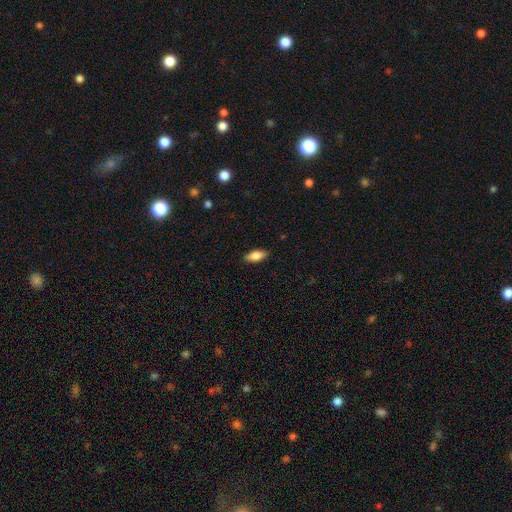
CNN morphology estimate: This appears to be a smooth galaxy with no disk features (85%) that is in between round and cigar-shaped (85%). Merging: none (88%).